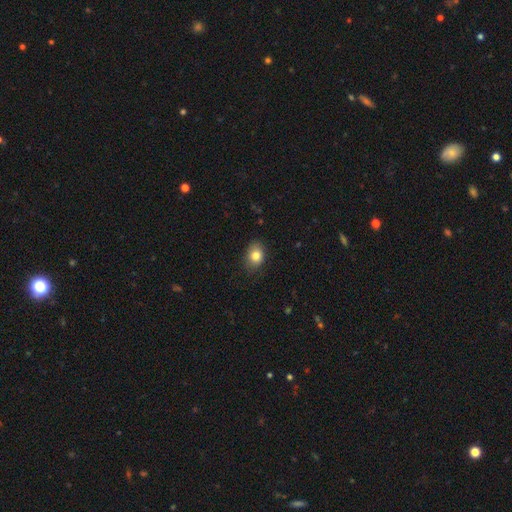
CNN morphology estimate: smooth_or_featured: smooth (p=0.82) [alt: star or artifact p=0.09]
how_rounded: in between (p=0.69) [alt: round p=0.30]
merging: none (p=0.82) [alt: minor disturbance p=0.14]